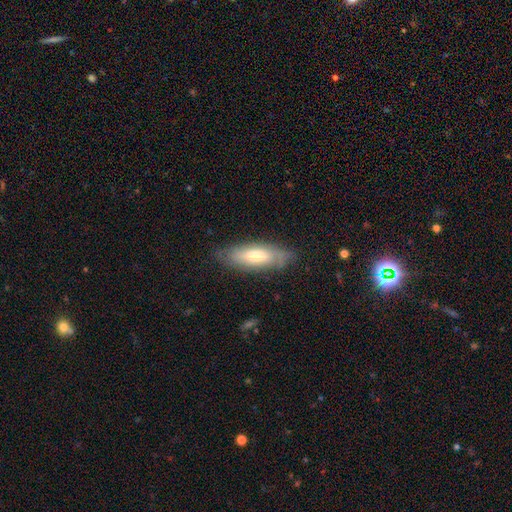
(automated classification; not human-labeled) smooth_or_featured: smooth (p=0.57) [alt: featured or disk p=0.37]
how_rounded: in between (p=0.63) [alt: cigar-shaped p=0.35]
merging: none (p=0.77) [alt: minor disturbance p=0.17]